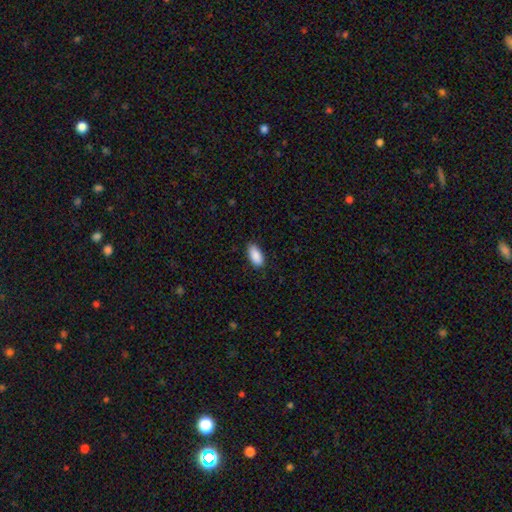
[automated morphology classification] Smooth or featured? Predicted: smooth (p=0.90). How rounded? Predicted: in between (p=0.92). Merging? Predicted: none (p=0.85).